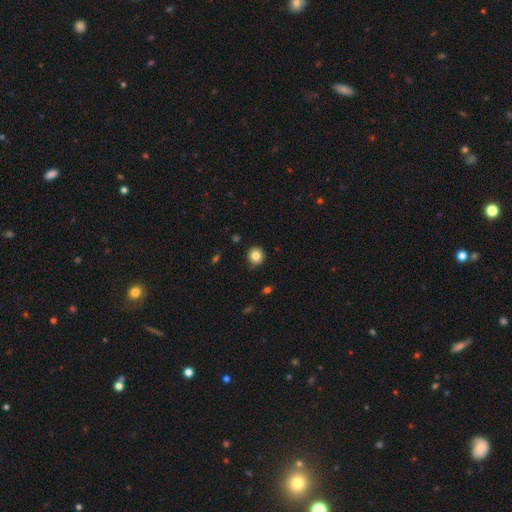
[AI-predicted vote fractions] smooth_or_featured: smooth (p=0.83) [alt: star or artifact p=0.10]
how_rounded: round (p=0.89) [alt: in between p=0.10]
merging: none (p=0.88) [alt: minor disturbance p=0.09]